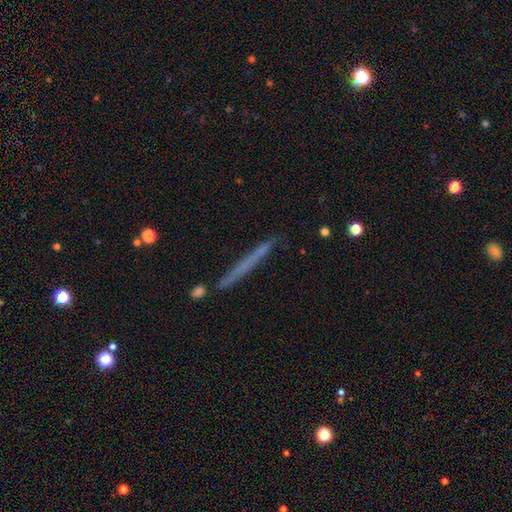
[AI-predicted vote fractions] smooth-or-featured: smooth: 50% | featured or disk: 42% | star or artifact: 7%
  how-rounded: cigar-shaped: 97% | in between: 2% | round: 2%
  merging: none: 84% | minor disturbance: 10% | merger: 3% | major disturbance: 2%